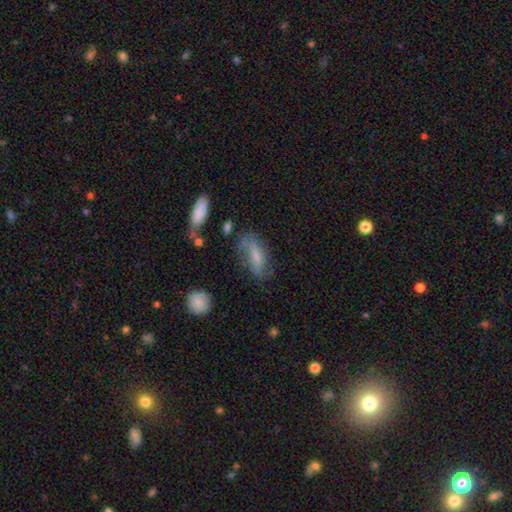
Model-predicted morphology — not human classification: type=smooth (56%); roundness=in between (77%); merging=none (51%).